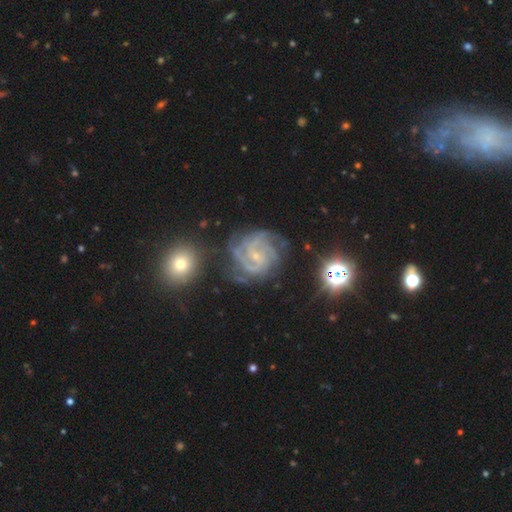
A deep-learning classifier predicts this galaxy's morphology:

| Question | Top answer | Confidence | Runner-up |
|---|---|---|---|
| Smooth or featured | featured or disk | 88% | star or artifact (7%) |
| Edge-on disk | no | 98% | yes (2%) |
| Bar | no | 52% | weak (37%) |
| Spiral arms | yes | 98% | no (2%) |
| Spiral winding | tight | 60% | medium (34%) |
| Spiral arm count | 3 | 33% | 4 (26%) |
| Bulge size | small | 80% | moderate (14%) |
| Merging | none | 65% | minor disturbance (20%) |